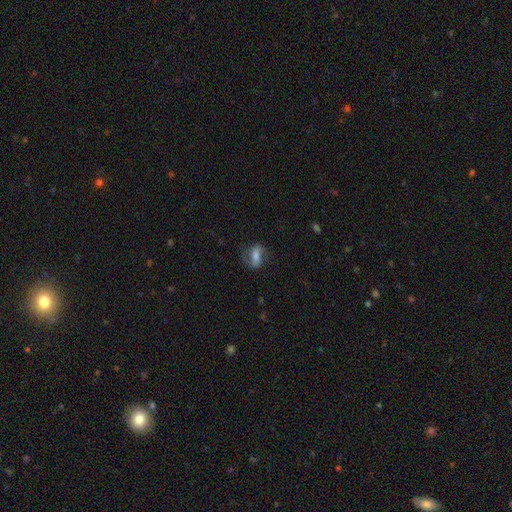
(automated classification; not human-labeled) Overall: smooth (50%; featured or disk 41%). Merging: none (69%).